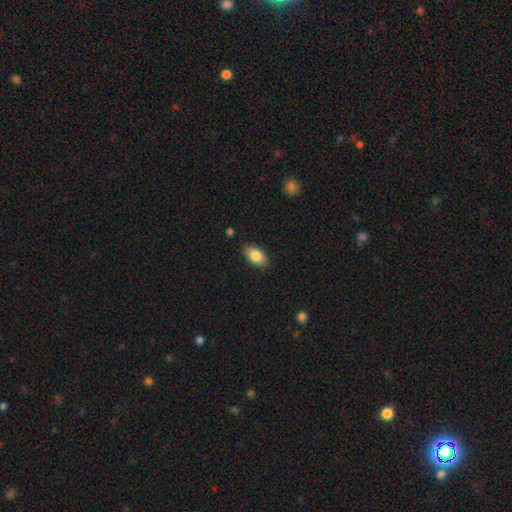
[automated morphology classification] The model was most divided on "merging": none: 86%, minor disturbance: 10%, major disturbance: 2%, merger: 1%. More confident: how rounded — in between (92%); smooth or featured — smooth (85%).